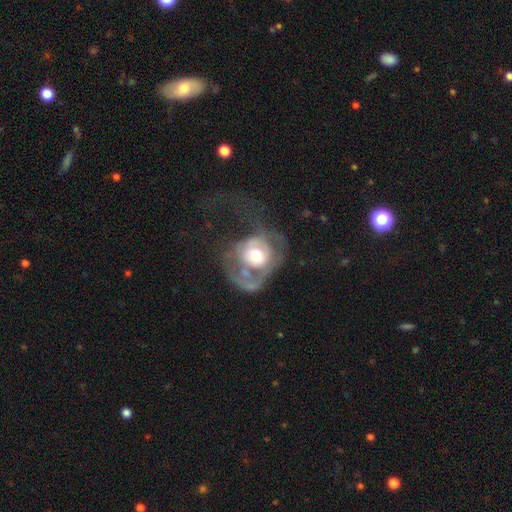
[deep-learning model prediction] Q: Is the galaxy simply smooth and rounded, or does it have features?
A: featured or disk — 61%.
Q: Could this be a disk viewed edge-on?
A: no — 97%.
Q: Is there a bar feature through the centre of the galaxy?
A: no — 83%.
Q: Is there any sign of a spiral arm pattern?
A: no — 53%.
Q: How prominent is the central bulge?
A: moderate — 49%.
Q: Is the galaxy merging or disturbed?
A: major disturbance — 57%.